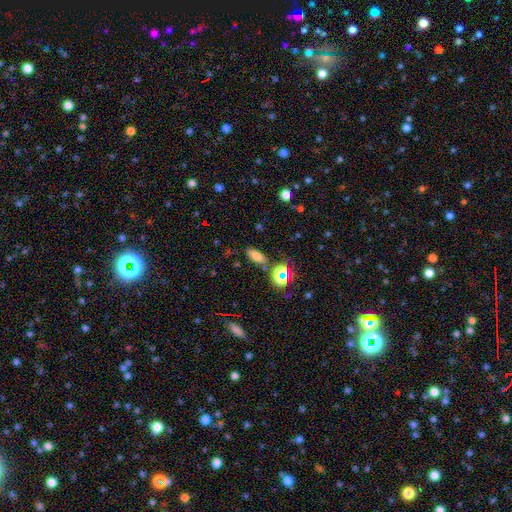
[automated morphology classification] smooth 69%, star or artifact 21%, featured or disk 10%. Down the decision tree: how rounded — in between (77%); merging — none (80%).